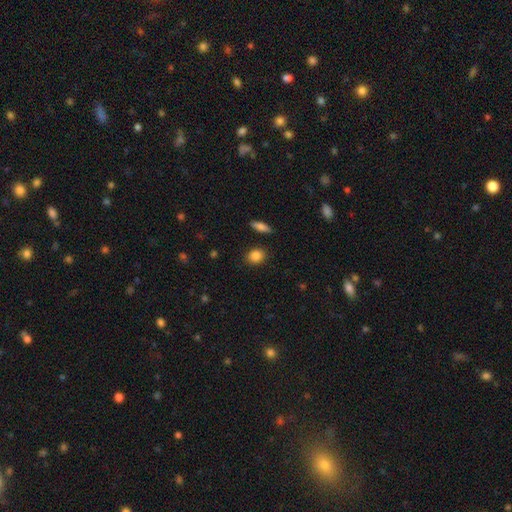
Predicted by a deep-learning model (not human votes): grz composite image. It shows a smooth galaxy with no disk features (86%) that is round (58%). Merging: none (88%).